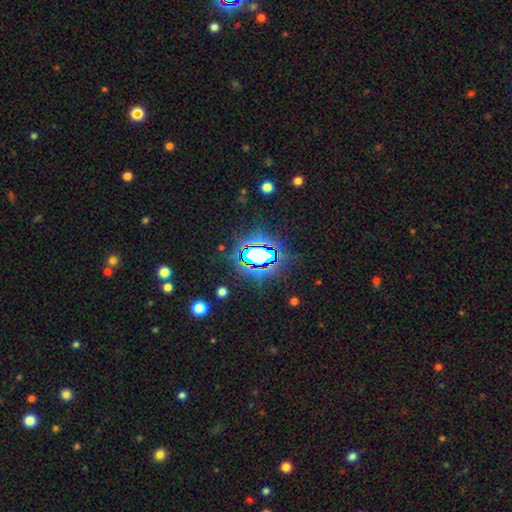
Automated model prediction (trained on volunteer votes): star or artifact 73%, smooth 16%, featured or disk 11%.